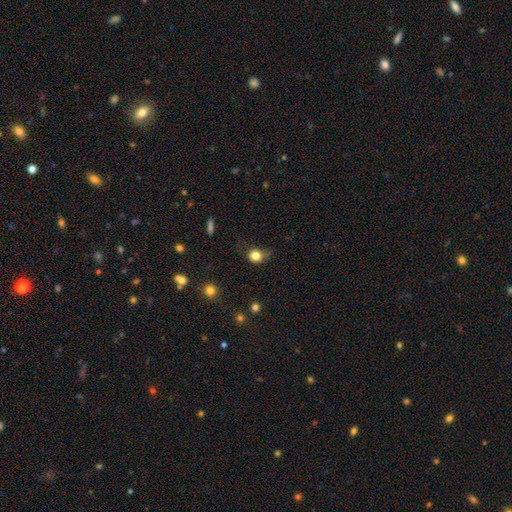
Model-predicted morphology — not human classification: type=smooth (81%); roundness=round (78%); merging=none (53%).